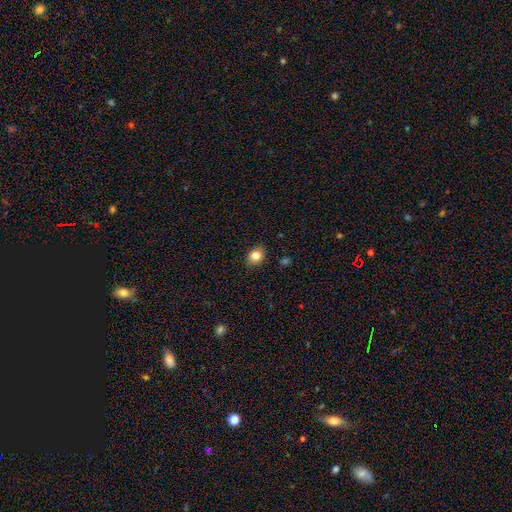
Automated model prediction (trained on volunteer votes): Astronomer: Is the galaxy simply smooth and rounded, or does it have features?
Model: smooth — 81%.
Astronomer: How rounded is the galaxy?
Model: round — 54% (runner-up: in between, 45%).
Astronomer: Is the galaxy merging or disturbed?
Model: none — 86%.